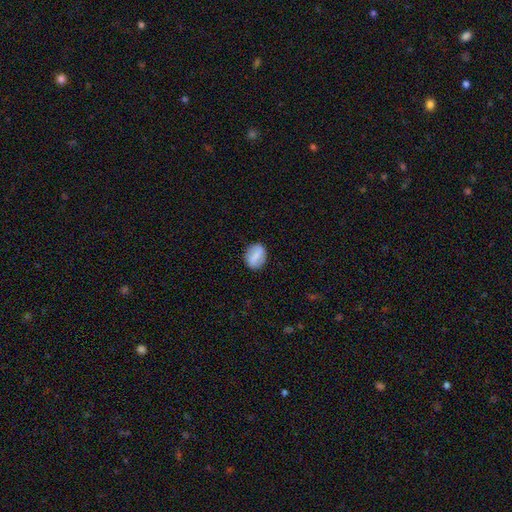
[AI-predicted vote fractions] Smooth or featured?
  - smooth: 60% *
  - featured or disk: 33%
  - star or artifact: 7%
How rounded?
  - in between: 57% *
  - round: 41%
  - cigar-shaped: 2%
Merging?
  - none: 86% *
  - minor disturbance: 10%
  - major disturbance: 3%
  - merger: 1%